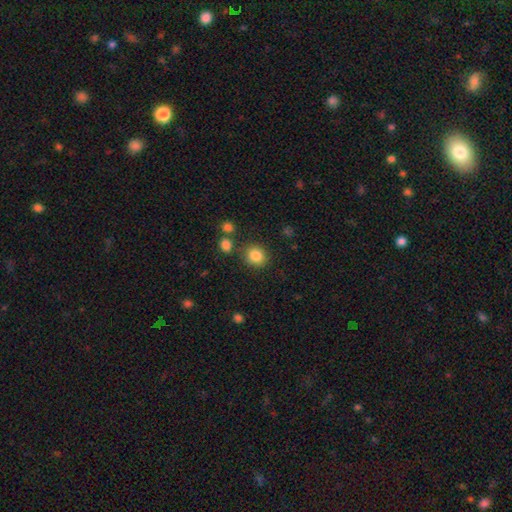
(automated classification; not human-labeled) Smooth or featured?
  - smooth: 85% *
  - star or artifact: 10%
  - featured or disk: 5%
How rounded?
  - round: 83% *
  - in between: 17%
  - cigar-shaped: 1%
Merging?
  - none: 82% *
  - minor disturbance: 9%
  - merger: 5%
  - major disturbance: 3%